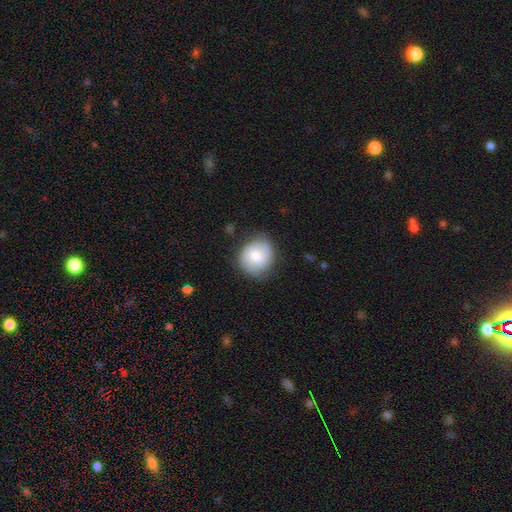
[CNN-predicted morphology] Smooth or featured? smooth (68%)
How rounded? round (76%)
Merging? none (71%)